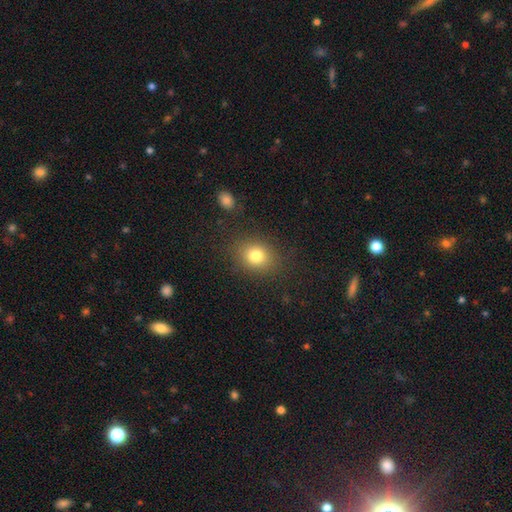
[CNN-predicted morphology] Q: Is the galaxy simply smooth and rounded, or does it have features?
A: smooth — 79%.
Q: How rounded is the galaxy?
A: round — 63%.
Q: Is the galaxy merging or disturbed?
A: none — 84%.